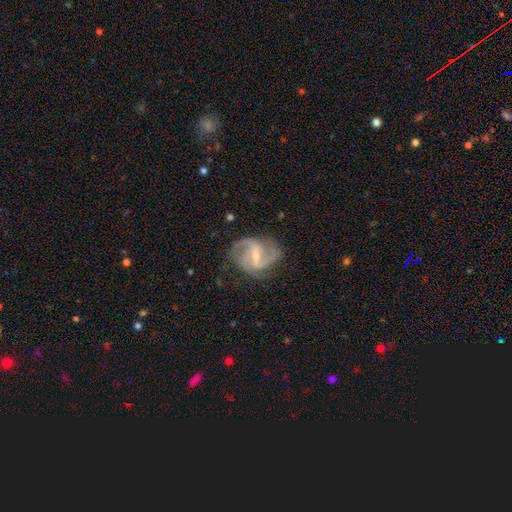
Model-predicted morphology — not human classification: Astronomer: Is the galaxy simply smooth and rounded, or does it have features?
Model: featured or disk — 89%.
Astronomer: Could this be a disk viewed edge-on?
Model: no — 98%.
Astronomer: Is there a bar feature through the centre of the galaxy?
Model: weak — 50% (runner-up: strong, 33%).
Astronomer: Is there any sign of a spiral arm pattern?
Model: yes — 97%.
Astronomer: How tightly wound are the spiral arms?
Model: medium — 51% (runner-up: loose, 34%).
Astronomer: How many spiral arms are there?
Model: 2 — 59%.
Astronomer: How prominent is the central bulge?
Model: small — 66%.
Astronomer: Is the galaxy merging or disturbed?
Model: none — 67%.